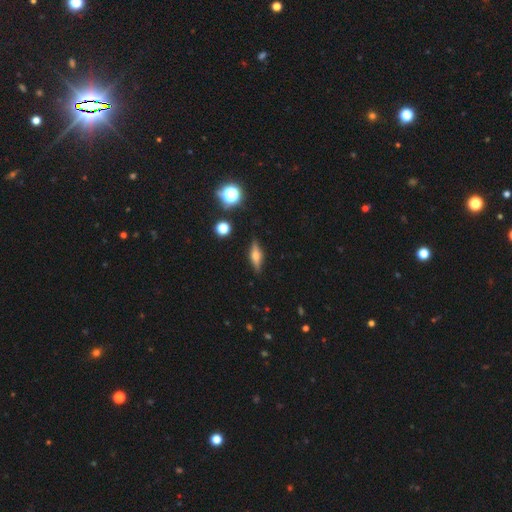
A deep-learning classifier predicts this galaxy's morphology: This appears to be a featured or disk galaxy (50%) viewed edge-on (92%). Merging: none (86%).